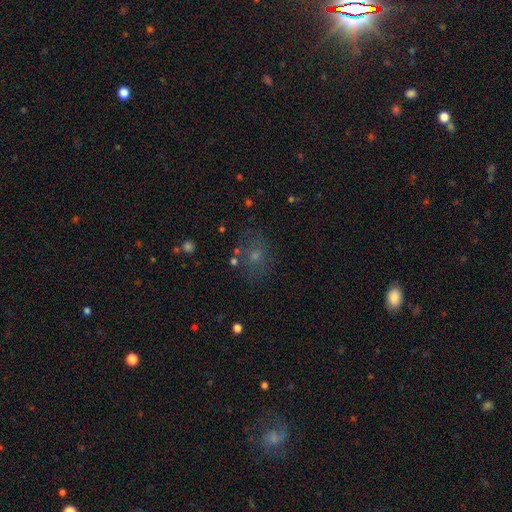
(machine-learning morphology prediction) This appears to be a smooth galaxy with no disk features (52%) that is round (51%). Merging: none (69%).